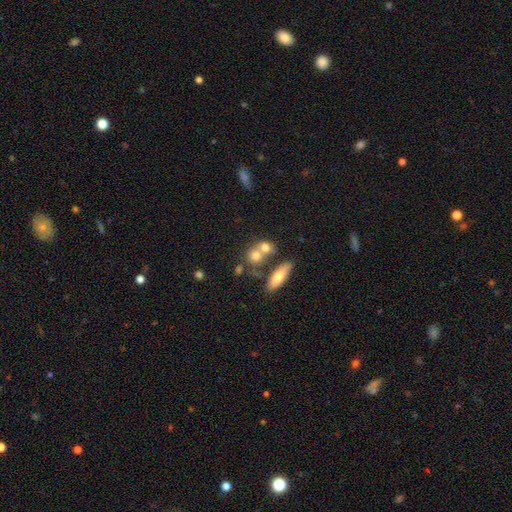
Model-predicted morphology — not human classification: Smooth or featured? smooth (71%)
How rounded? round (59%)
Merging? merger (46%)